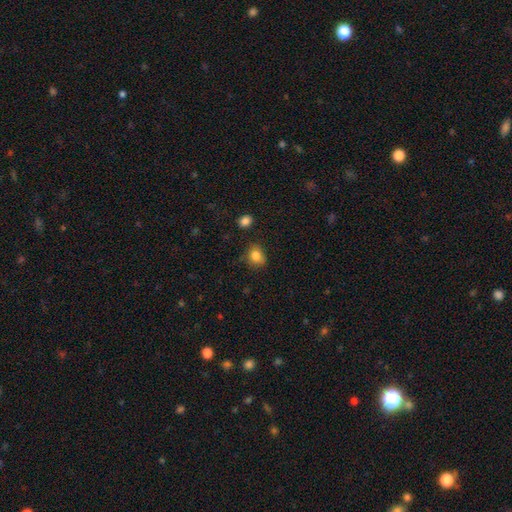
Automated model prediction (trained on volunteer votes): Smooth or featured? Predicted: smooth (p=0.83). How rounded? Predicted: round (p=0.62). Merging? Predicted: none (p=0.73).